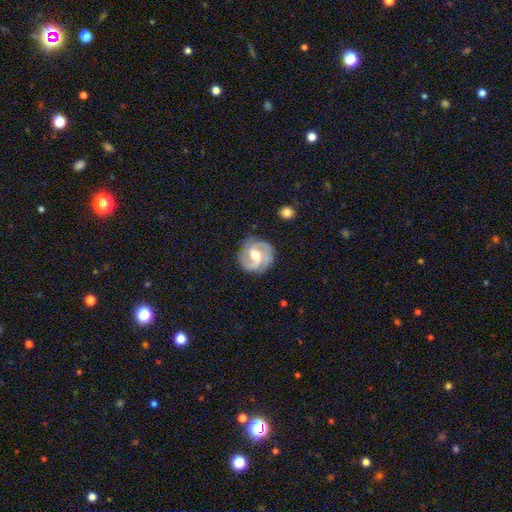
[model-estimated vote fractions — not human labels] Morphology: type=featured or disk (87%); edge-on=no (98%); bar=weak (53%); spiral arms=yes (97%); winding=medium (48%); arm count=2 (56%); bulge=moderate (70%); merging=none (81%).